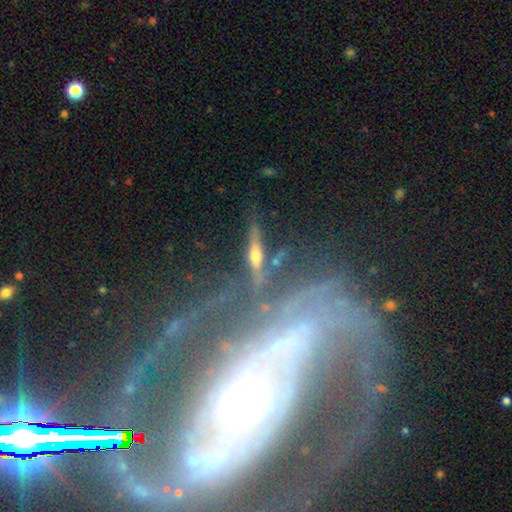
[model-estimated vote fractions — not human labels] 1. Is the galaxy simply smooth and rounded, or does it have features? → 62% featured or disk, 25% smooth, 13% star or artifact.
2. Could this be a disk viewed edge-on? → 78% yes, 22% no.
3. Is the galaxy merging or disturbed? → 63% none, 17% minor disturbance, 11% merger, 9% major disturbance.